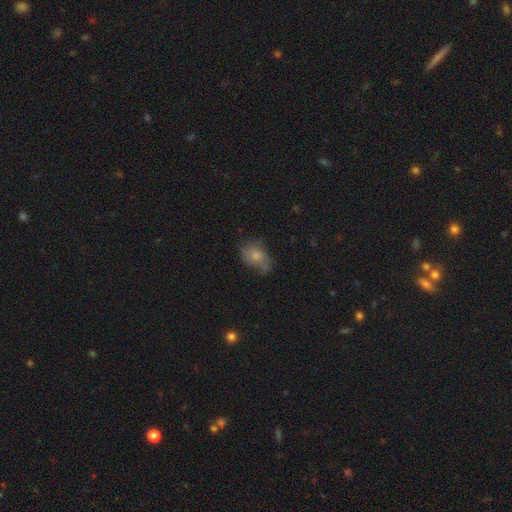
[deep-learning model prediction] Smooth or featured? smooth (67%)
How rounded? in between (71%)
Merging? none (47%)